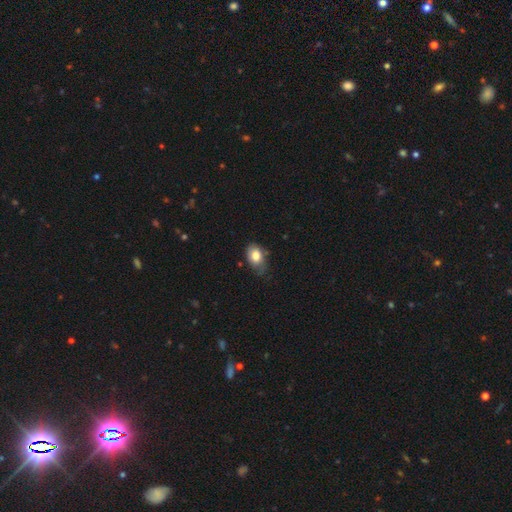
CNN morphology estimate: Smooth or featured?
  - smooth: 80% *
  - featured or disk: 13%
  - star or artifact: 7%
How rounded?
  - in between: 83% *
  - round: 15%
  - cigar-shaped: 1%
Merging?
  - none: 56% *
  - minor disturbance: 34%
  - major disturbance: 8%
  - merger: 2%